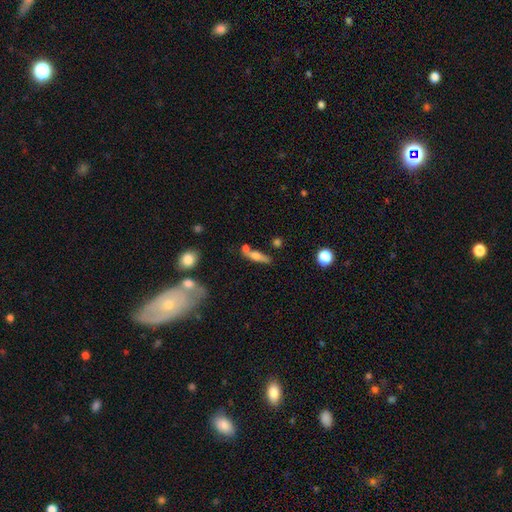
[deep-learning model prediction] Overall: smooth (52%; featured or disk 39%). How rounded: cigar-shaped (68%). Merging: none (59%; merger 21%).